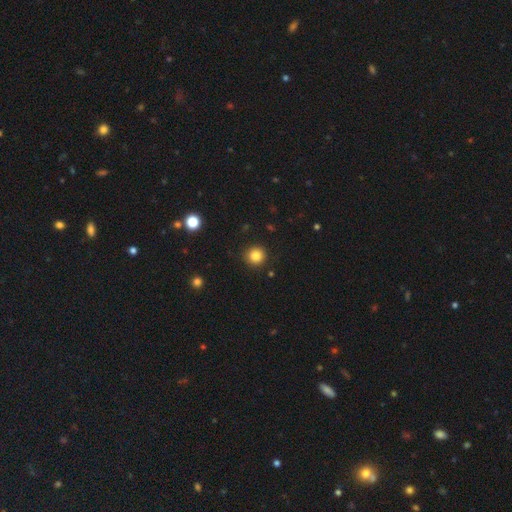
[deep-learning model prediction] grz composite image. It shows a smooth galaxy with no disk features (84%) that is round (94%). Merging: none (92%).